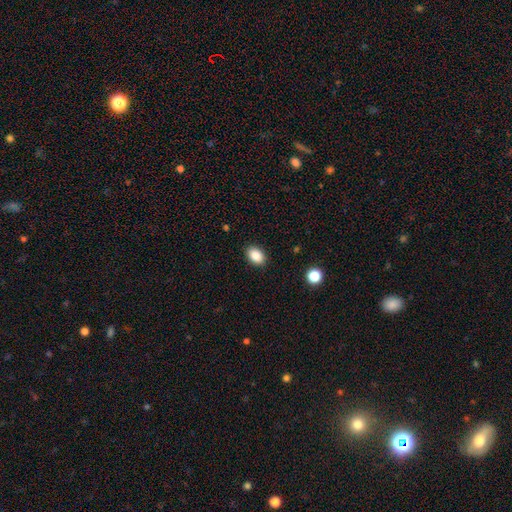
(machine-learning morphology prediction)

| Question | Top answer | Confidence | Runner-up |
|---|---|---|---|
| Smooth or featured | smooth | 87% | star or artifact (9%) |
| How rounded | in between | 83% | round (16%) |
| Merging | none | 90% | minor disturbance (7%) |